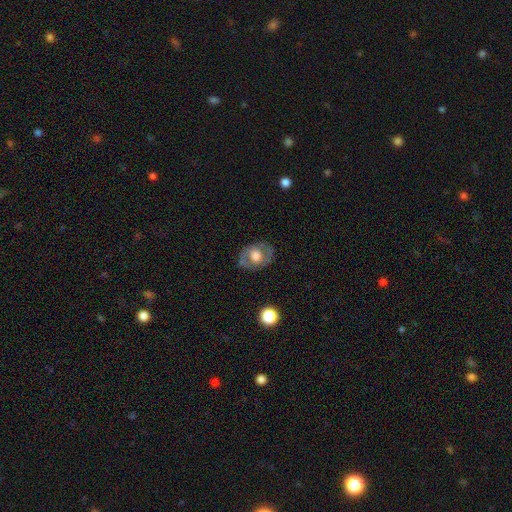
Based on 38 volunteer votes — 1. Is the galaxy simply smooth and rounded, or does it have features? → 61% featured or disk, 26% smooth, 13% star or artifact.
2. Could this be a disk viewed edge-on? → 91% no, 9% yes.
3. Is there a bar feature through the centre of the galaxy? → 76% no, 19% weak, 5% strong.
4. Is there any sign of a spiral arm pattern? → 86% no, 14% yes.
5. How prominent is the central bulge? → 52% moderate, 43% large, 5% none, 0% dominant, 0% small.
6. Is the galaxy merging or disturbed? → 79% none, 18% minor disturbance, 3% major disturbance, 0% merger.